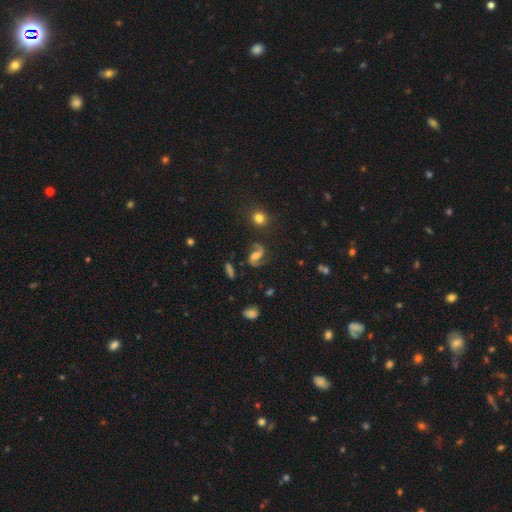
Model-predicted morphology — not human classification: This is clearly a featured or disk galaxy (86%). It is clearly not viewed edge-on (97%). Bar: marginally weak (40%). Spiral arm pattern: clearly yes (97%). Spiral arm count: clearly 2 (93%). Spiral winding: possibly loose (49%). Central bulge: possibly moderate (56%). Merging: likely none (77%).